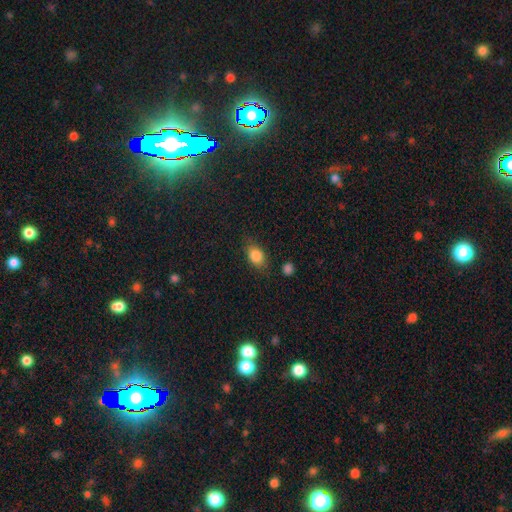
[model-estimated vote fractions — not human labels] Smooth or featured?
  - smooth: 83% *
  - star or artifact: 10%
  - featured or disk: 7%
How rounded?
  - in between: 73% *
  - round: 23%
  - cigar-shaped: 3%
Merging?
  - none: 74% *
  - minor disturbance: 17%
  - major disturbance: 5%
  - merger: 3%